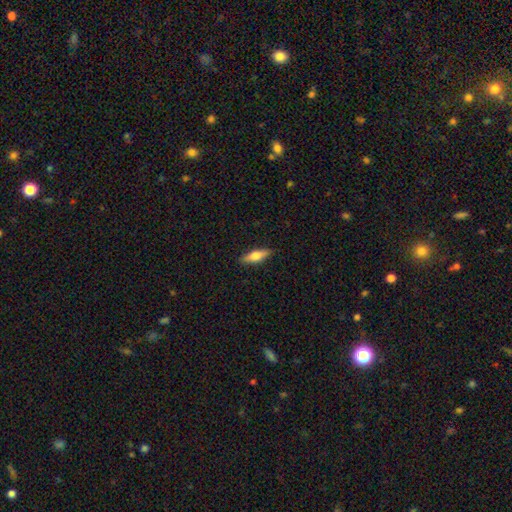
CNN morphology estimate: A smooth galaxy with no disk features (67%) that is cigar-shaped (49%). Merging: none (88%).